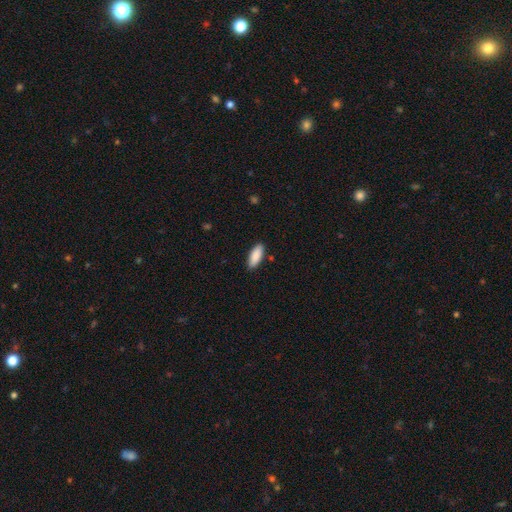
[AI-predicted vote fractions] Morphology: type=smooth (90%); roundness=in between (75%); merging=none (87%).